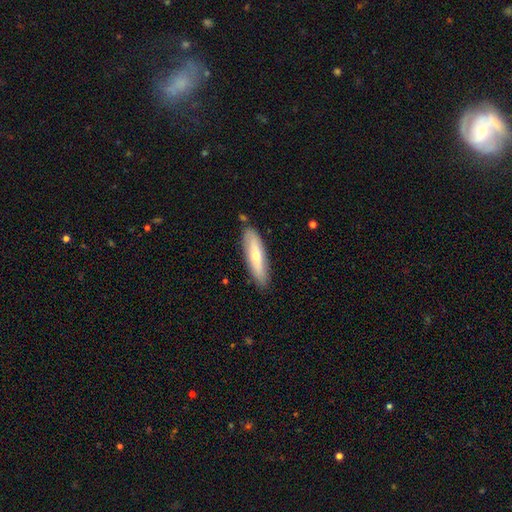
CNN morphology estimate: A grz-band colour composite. It shows a smooth galaxy with no disk features (58%) that is cigar-shaped (71%). Merging: none (85%).